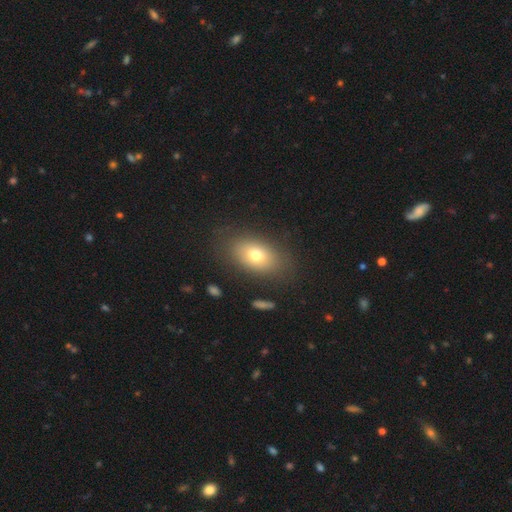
Morphology: type=smooth (65%); roundness=in between (81%); merging=none (83%).